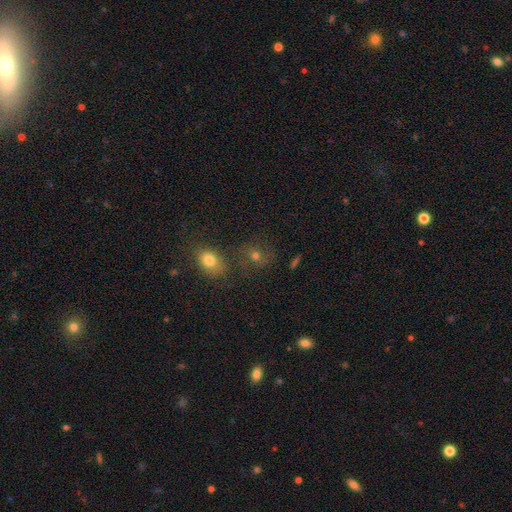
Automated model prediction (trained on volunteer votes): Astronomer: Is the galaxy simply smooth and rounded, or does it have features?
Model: smooth — 58%.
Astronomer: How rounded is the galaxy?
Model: round — 65%.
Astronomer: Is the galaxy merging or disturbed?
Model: none — 64%.